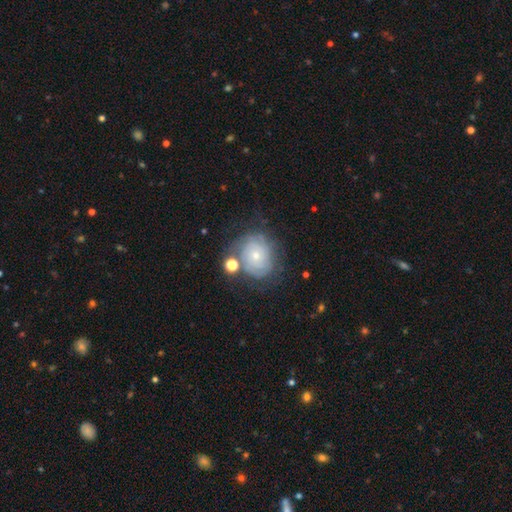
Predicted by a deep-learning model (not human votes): A featured or disk galaxy (68%) with no bar (84%), tight (75%) spiral arms (86%) and a small central bulge (70%). Merging: none (64%).